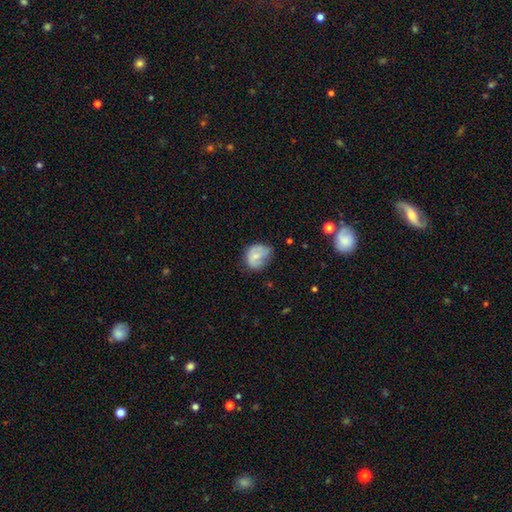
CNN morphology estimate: smooth 61%, featured or disk 31%, star or artifact 8%. Down the decision tree: how rounded — in between (53%); merging — none (42%).